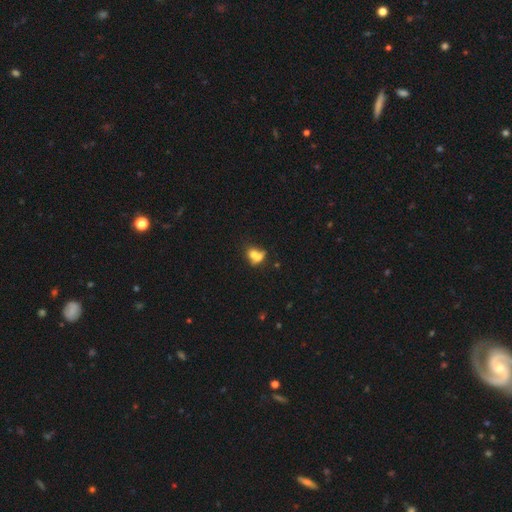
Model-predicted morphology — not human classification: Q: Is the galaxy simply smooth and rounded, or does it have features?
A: smooth — 65%.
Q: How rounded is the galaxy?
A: in between — 54%.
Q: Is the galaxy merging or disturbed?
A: merger — 60%.